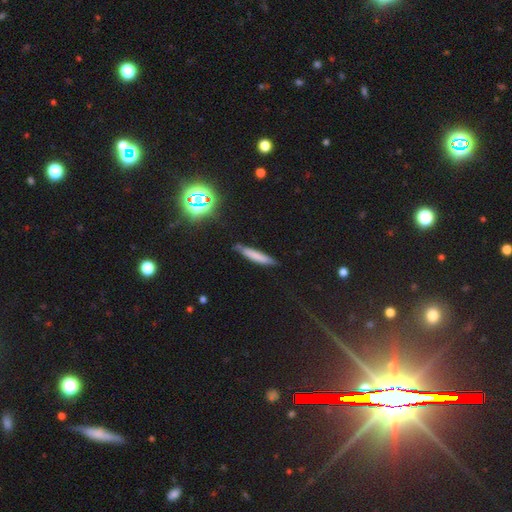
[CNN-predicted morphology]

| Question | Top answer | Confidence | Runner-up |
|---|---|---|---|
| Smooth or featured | smooth | 69% | featured or disk (20%) |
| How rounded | cigar-shaped | 89% | in between (9%) |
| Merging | none | 76% | minor disturbance (17%) |